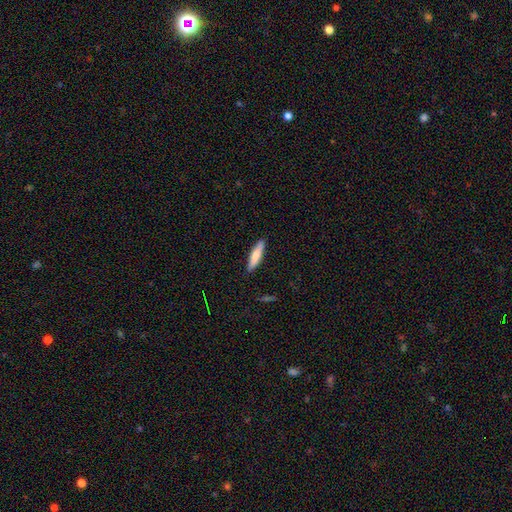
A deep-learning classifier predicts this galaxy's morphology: Smooth or featured? smooth (72%)
How rounded? cigar-shaped (79%)
Merging? none (90%)